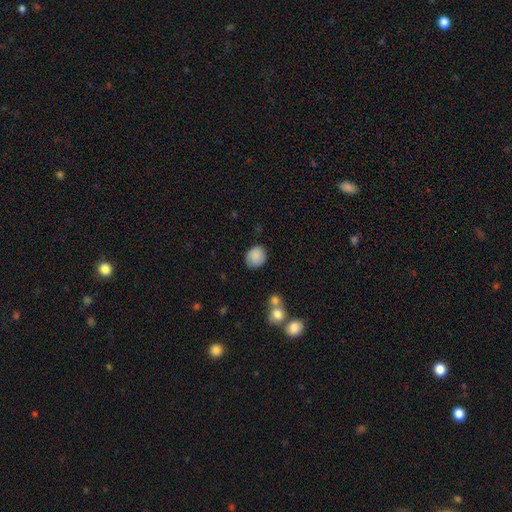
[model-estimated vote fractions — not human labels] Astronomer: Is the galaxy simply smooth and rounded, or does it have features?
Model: smooth — 83%.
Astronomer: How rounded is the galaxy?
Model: round — 68%.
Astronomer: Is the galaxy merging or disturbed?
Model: none — 77%.